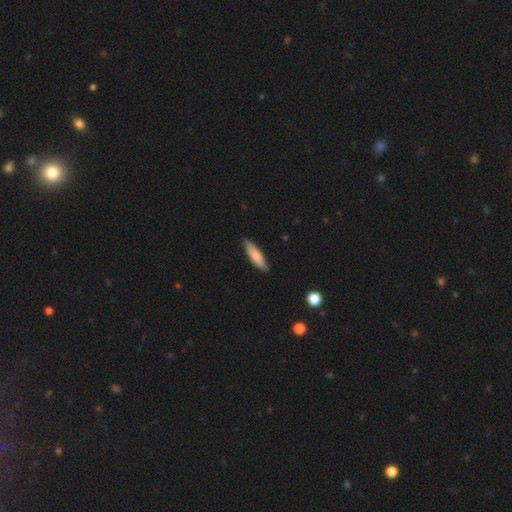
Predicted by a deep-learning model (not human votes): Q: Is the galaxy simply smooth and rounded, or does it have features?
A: smooth — 77%.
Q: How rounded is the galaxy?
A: cigar-shaped — 66%.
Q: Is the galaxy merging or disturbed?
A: none — 86%.